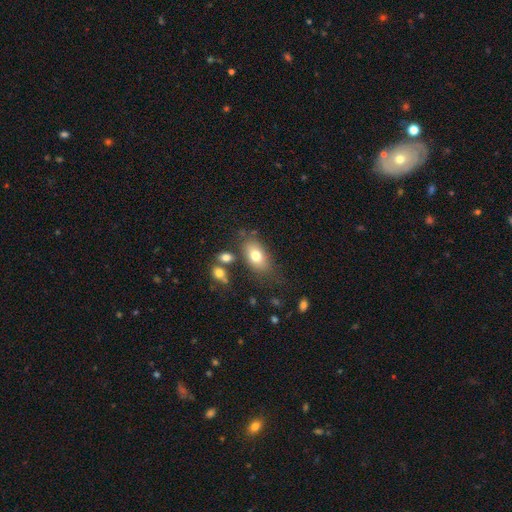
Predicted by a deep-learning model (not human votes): Overall: smooth (76%). How rounded: in between (88%). Merging: none (70%).